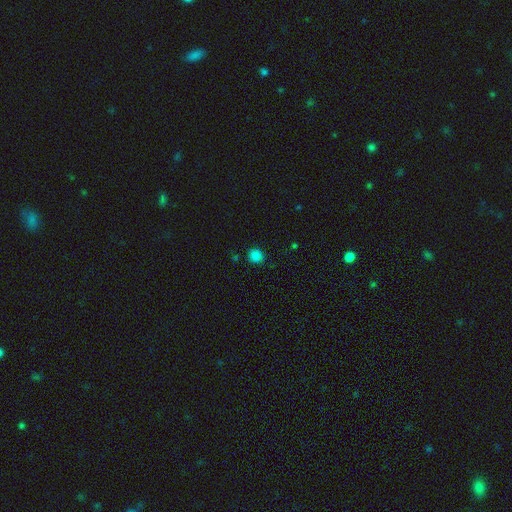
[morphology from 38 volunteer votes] smooth_or_featured: smooth (p=0.89) [alt: star or artifact p=0.08]
how_rounded: round (p=0.91) [alt: in between p=0.09]
merging: none (p=0.94) [alt: minor disturbance p=0.06]